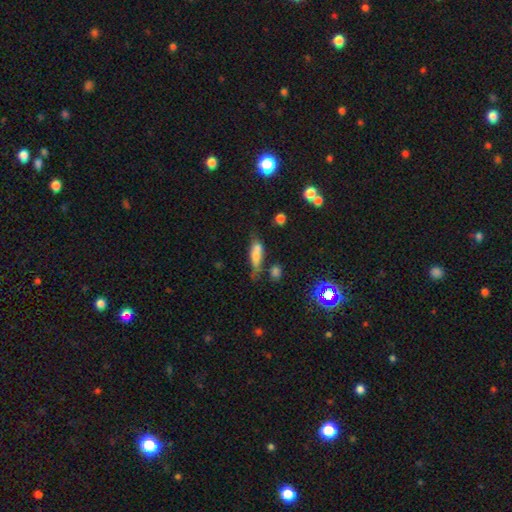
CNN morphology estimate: Smooth or featured?
  - smooth: 69% *
  - featured or disk: 21%
  - star or artifact: 10%
How rounded?
  - cigar-shaped: 51% *
  - in between: 46%
  - round: 3%
Merging?
  - none: 43% *
  - minor disturbance: 26%
  - merger: 19%
  - major disturbance: 12%